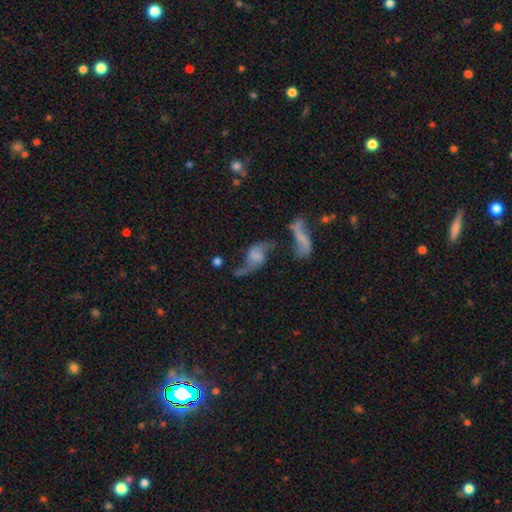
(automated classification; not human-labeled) A featured or disk galaxy (71%) with no bar (47%), 2 (86%) loose (86%) spiral arms (86%) and no central bulge (55%). Merging: none (34%).